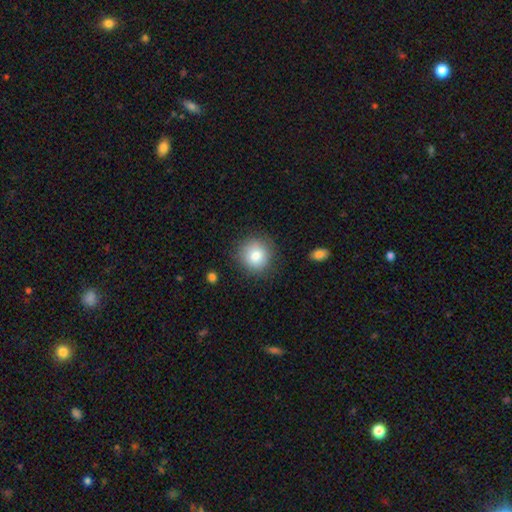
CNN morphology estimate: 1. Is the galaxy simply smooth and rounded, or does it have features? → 82% smooth, 9% featured or disk, 9% star or artifact.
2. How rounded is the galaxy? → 90% round, 9% in between, 1% cigar-shaped.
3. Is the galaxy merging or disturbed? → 85% none, 11% minor disturbance, 3% major disturbance, 2% merger.